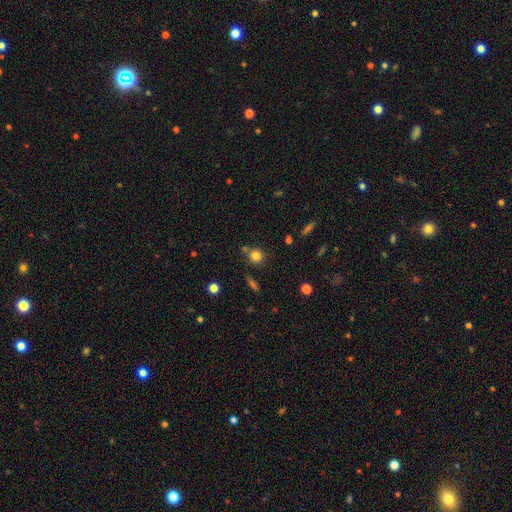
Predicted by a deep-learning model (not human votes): smooth-or-featured: smooth: 79% | star or artifact: 13% | featured or disk: 8%
  how-rounded: round: 88% | in between: 10% | cigar-shaped: 1%
  merging: none: 71% | merger: 14% | minor disturbance: 12% | major disturbance: 4%